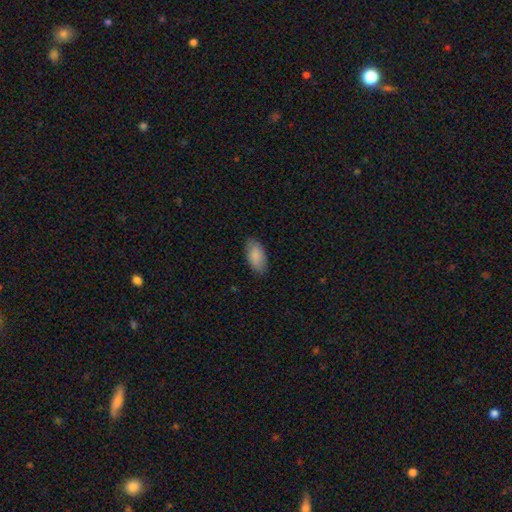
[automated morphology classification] Smooth or featured: smooth — 88% (featured or disk — 6%)
How rounded: in between — 93% (cigar-shaped — 5%)
Merging: none — 85% (minor disturbance — 12%)